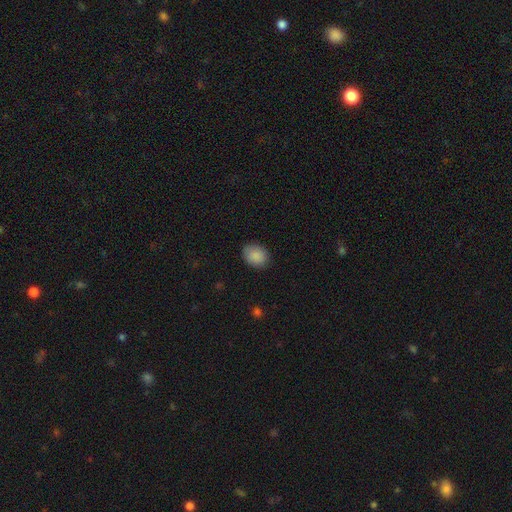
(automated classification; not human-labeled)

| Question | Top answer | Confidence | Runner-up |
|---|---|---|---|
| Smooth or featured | smooth | 89% | star or artifact (7%) |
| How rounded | in between | 51% | round (48%) |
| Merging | none | 85% | minor disturbance (12%) |